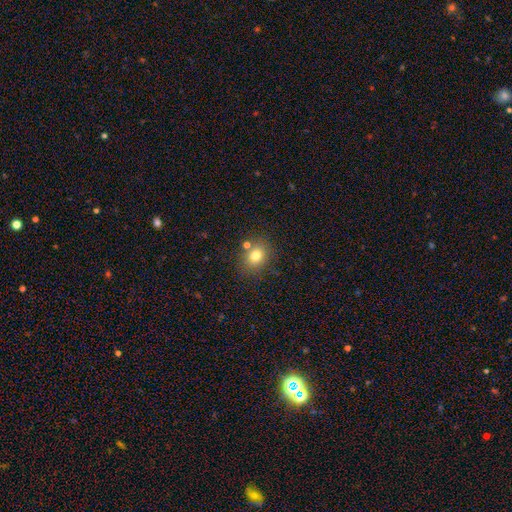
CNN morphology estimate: smooth 77%, star or artifact 13%, featured or disk 10%. Down the decision tree: how rounded — round (60%); merging — none (75%).